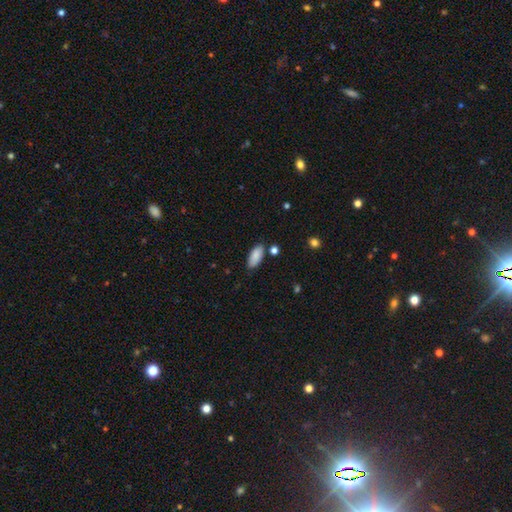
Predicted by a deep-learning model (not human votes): Smooth or featured: smooth — 88% (star or artifact — 6%)
How rounded: in between — 86% (cigar-shaped — 12%)
Merging: none — 81% (minor disturbance — 13%)